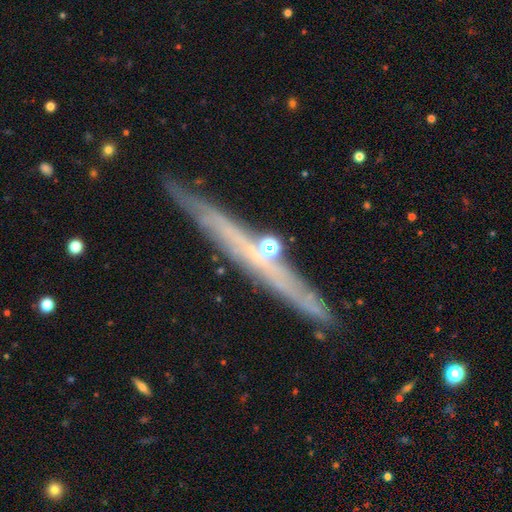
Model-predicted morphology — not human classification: smooth_or_featured: featured or disk (p=0.74) [alt: smooth p=0.18]
disk_edge_on: yes (p=0.95) [alt: no p=0.05]
edge_on_bulge: none (p=0.50) [alt: rounded p=0.46]
merging: none (p=0.84) [alt: minor disturbance p=0.11]